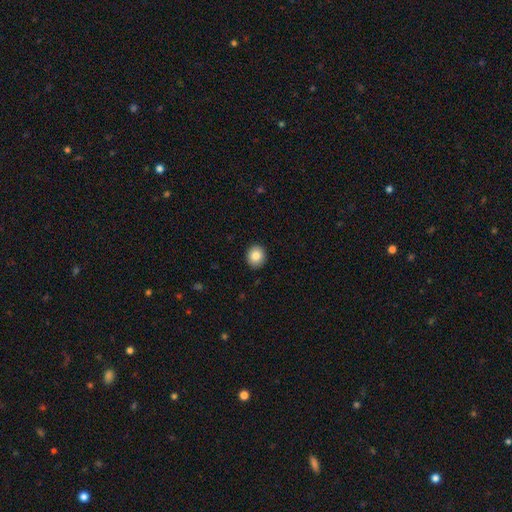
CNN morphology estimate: Smooth or featured? Predicted: smooth (p=0.85). How rounded? Predicted: round (p=0.83). Merging? Predicted: none (p=0.92).